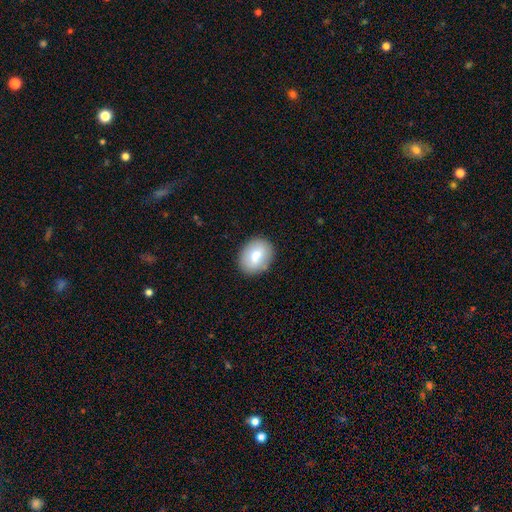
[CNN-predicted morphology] smooth 75%, featured or disk 18%, star or artifact 7%. Down the decision tree: how rounded — in between (61%); merging — none (85%).